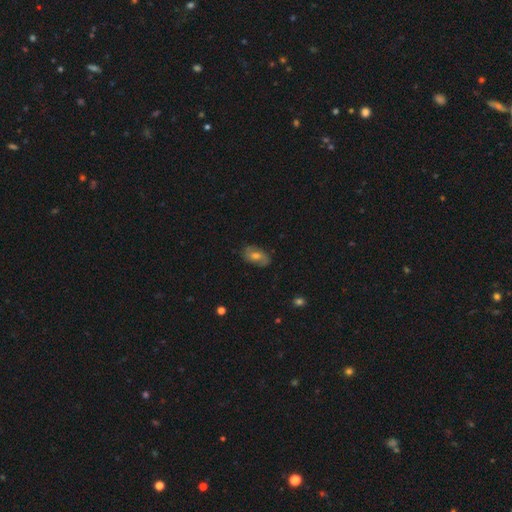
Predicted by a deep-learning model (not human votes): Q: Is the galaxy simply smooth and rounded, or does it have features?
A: featured or disk — 45%.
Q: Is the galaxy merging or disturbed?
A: none — 77%.